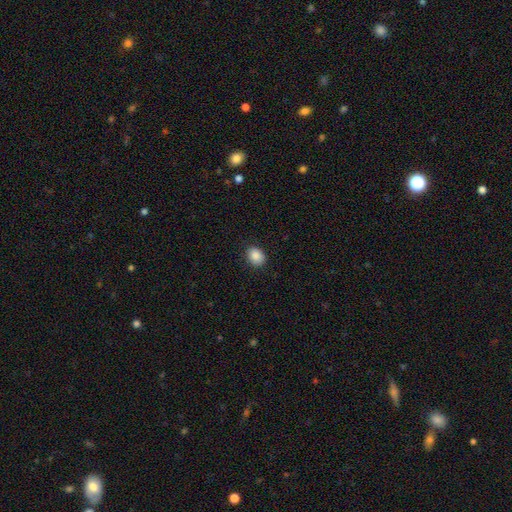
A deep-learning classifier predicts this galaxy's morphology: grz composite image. It shows a smooth galaxy with no disk features (87%) that is in between round and cigar-shaped (52%). Merging: none (88%).